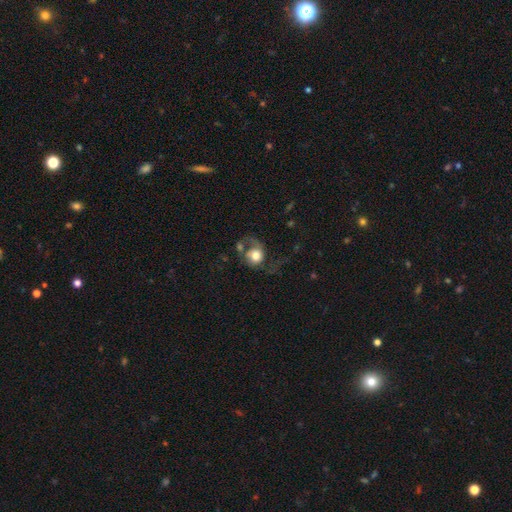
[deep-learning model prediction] Q: Smooth or featured?
A: smooth (49%); runner-up: featured or disk (43%)
Q: Merging?
A: major disturbance (43%); runner-up: none (27%)